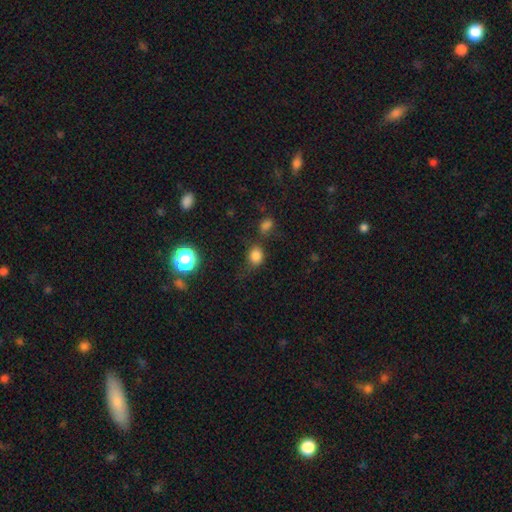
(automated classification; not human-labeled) Smooth or featured? smooth (79%)
How rounded? round (62%)
Merging? none (57%)